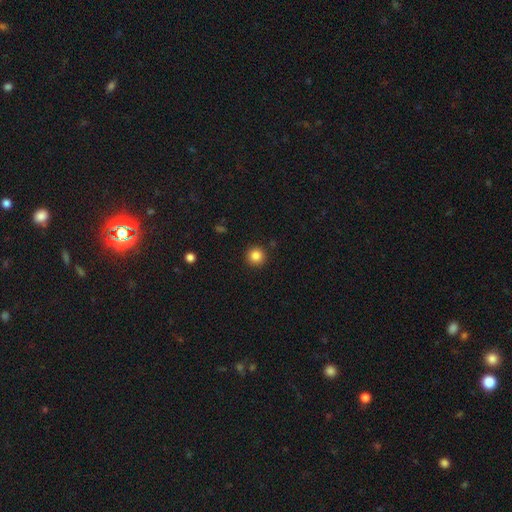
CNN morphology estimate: smooth 84%, star or artifact 11%, featured or disk 5%. Down the decision tree: how rounded — round (95%); merging — none (91%).